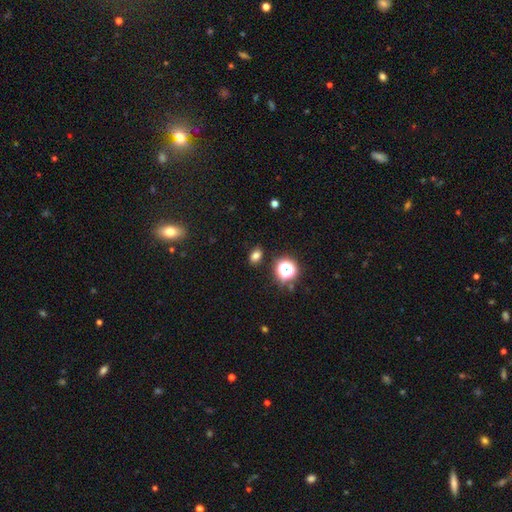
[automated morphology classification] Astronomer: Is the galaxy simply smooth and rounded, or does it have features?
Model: smooth — 73%.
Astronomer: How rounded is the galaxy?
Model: in between — 74%.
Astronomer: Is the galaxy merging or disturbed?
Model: none — 86%.